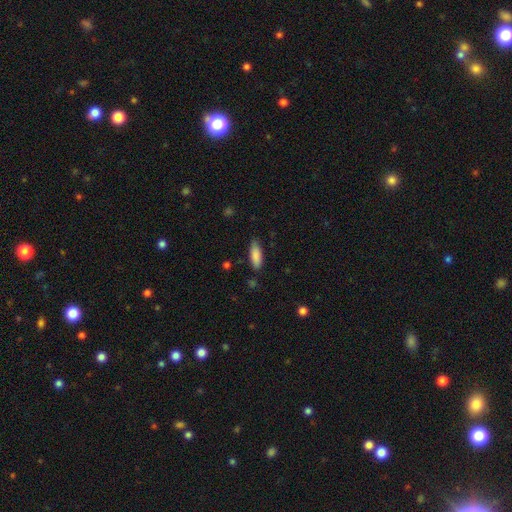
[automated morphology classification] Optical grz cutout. It shows a smooth galaxy with no disk features (87%) that is in between round and cigar-shaped (65%). Merging: none (81%).